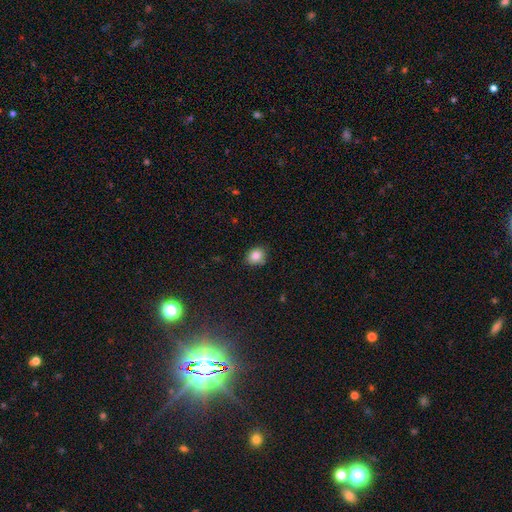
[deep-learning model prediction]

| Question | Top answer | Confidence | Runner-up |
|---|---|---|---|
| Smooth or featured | smooth | 84% | star or artifact (10%) |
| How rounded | round | 57% | in between (42%) |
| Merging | none | 82% | minor disturbance (13%) |